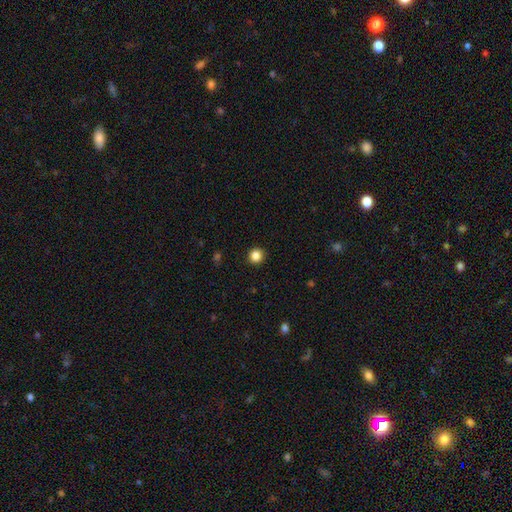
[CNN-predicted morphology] Smooth or featured? smooth (85%)
How rounded? round (92%)
Merging? none (92%)